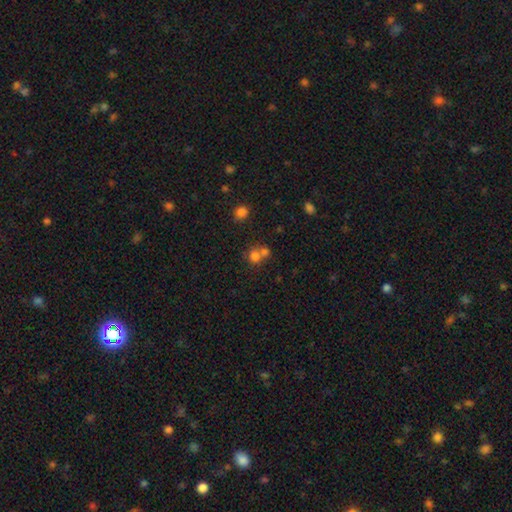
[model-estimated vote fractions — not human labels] Q: Smooth or featured?
A: smooth (74%); runner-up: star or artifact (15%)
Q: How rounded?
A: round (83%); runner-up: in between (16%)
Q: Merging?
A: merger (48%); runner-up: none (42%)